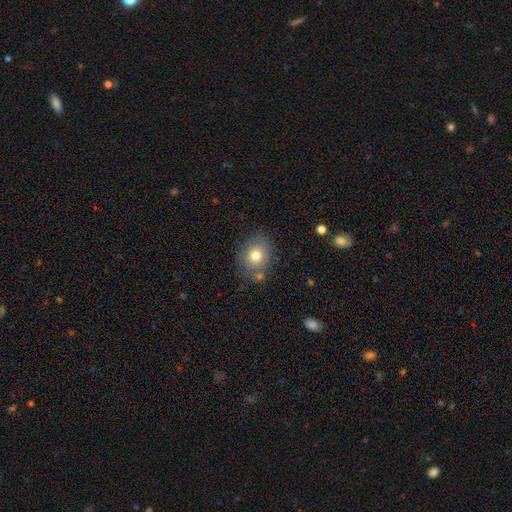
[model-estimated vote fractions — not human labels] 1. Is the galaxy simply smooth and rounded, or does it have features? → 76% smooth, 14% featured or disk, 10% star or artifact.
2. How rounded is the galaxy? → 60% round, 39% in between, 1% cigar-shaped.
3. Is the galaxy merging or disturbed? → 73% none, 15% minor disturbance, 8% merger, 4% major disturbance.